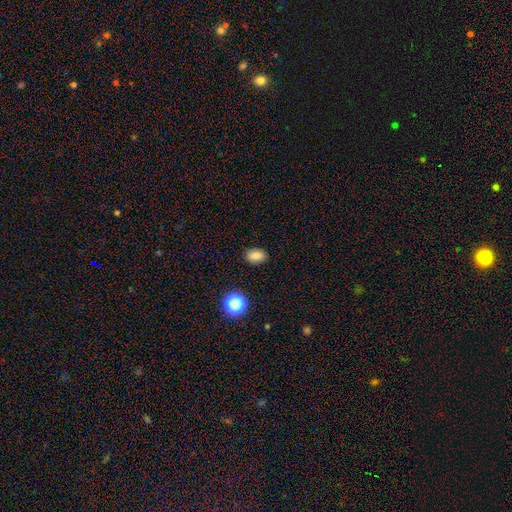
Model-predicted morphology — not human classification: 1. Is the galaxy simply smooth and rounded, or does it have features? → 82% smooth, 12% star or artifact, 6% featured or disk.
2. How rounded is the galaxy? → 79% in between, 19% round, 1% cigar-shaped.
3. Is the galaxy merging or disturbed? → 86% none, 10% minor disturbance, 2% major disturbance, 1% merger.